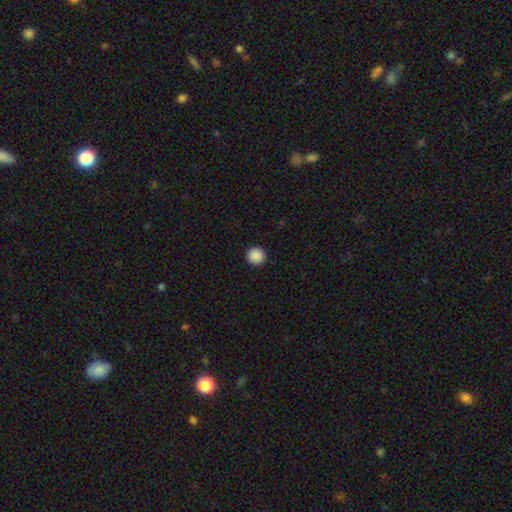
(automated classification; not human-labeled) Q: Smooth or featured?
A: smooth (89%); runner-up: star or artifact (9%)
Q: How rounded?
A: round (95%); runner-up: in between (4%)
Q: Merging?
A: none (93%); runner-up: minor disturbance (4%)